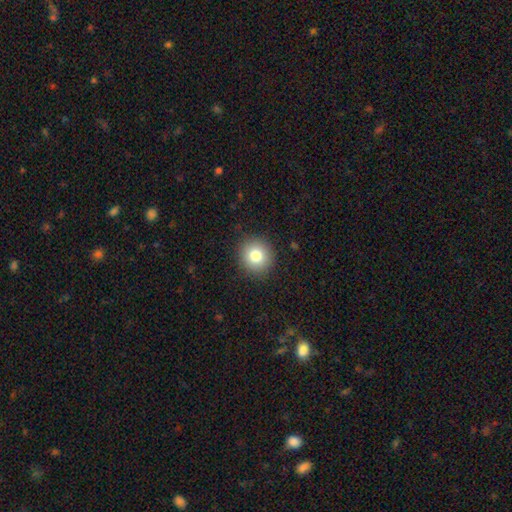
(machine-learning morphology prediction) A smooth galaxy with no disk features (81%) that is round (91%). Merging: none (90%).